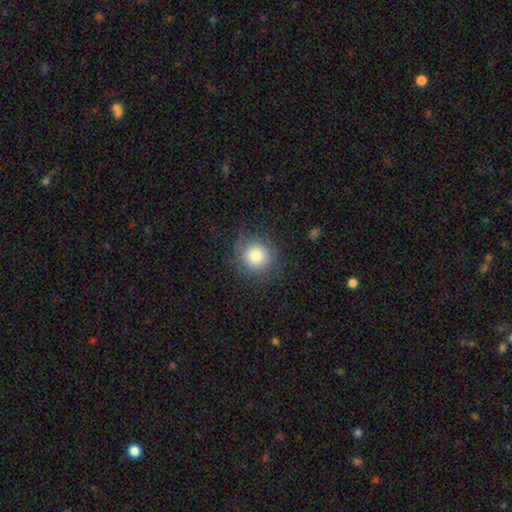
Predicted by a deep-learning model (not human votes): Smooth or featured?
  - smooth: 77% *
  - featured or disk: 12%
  - star or artifact: 11%
How rounded?
  - round: 92% *
  - in between: 7%
  - cigar-shaped: 1%
Merging?
  - none: 79% *
  - minor disturbance: 14%
  - major disturbance: 6%
  - merger: 1%